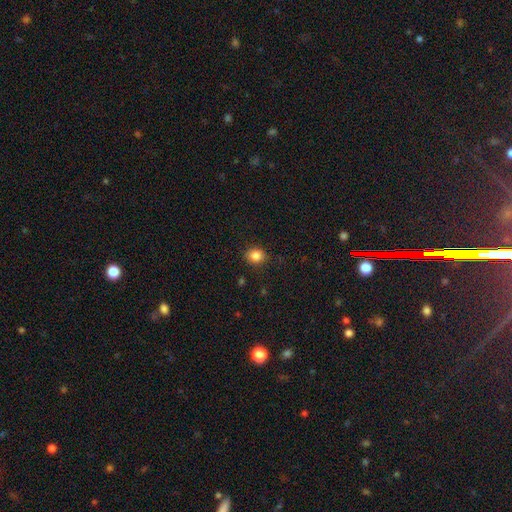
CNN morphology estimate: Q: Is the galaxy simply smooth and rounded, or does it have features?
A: smooth — 85%.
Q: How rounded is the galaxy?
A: round — 68%.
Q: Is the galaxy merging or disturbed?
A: none — 87%.